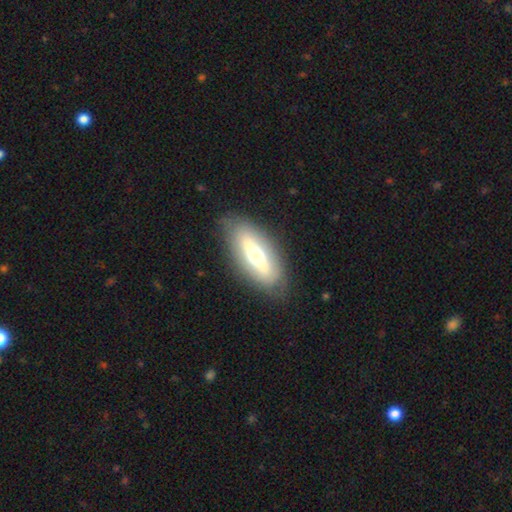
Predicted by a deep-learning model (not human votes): A featured or disk galaxy (53%). Merging: none (80%).